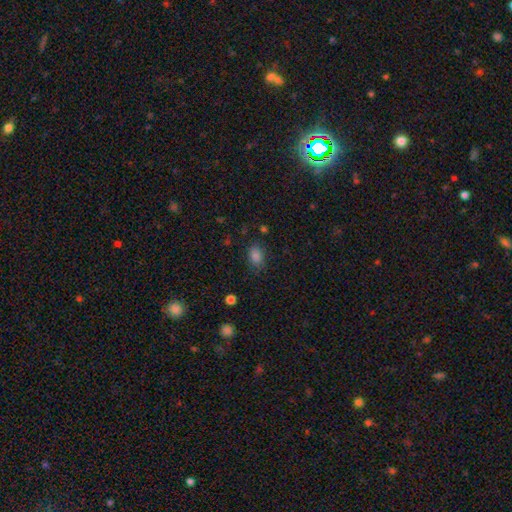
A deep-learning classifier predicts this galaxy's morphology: This appears to be a smooth galaxy with no disk features (80%) that is in between round and cigar-shaped (78%). Merging: none (78%).